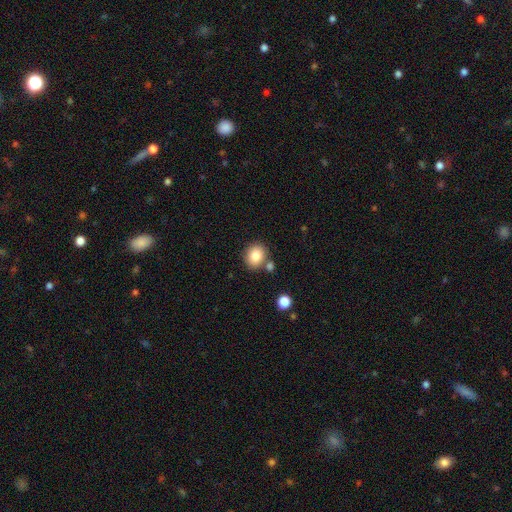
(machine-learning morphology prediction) This appears to be a smooth galaxy with no disk features (83%) that is round (69%). Merging: none (73%).